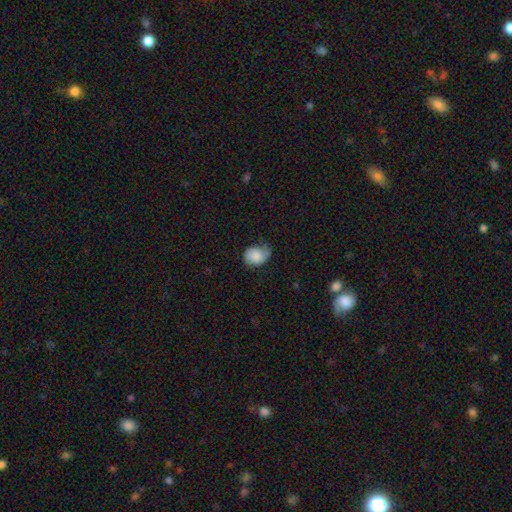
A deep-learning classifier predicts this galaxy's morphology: Smooth or featured? Predicted: smooth (p=0.67). How rounded? Predicted: in between (p=0.50). Merging? Predicted: none (p=0.48).